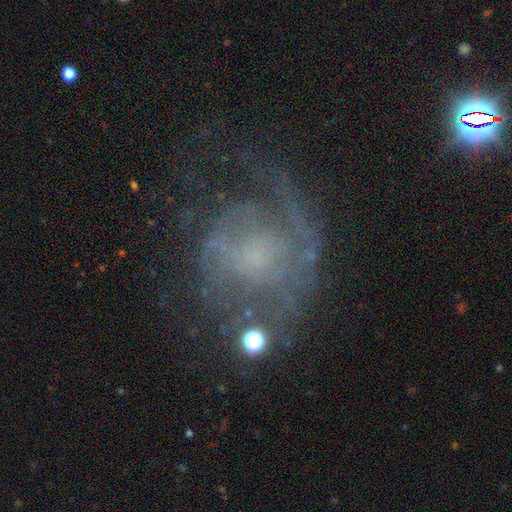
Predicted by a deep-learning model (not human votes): This appears to be a featured or disk galaxy (72%) with no bar (77%), spiral arms (72%) and a small central bulge (40%). Merging: none (45%).